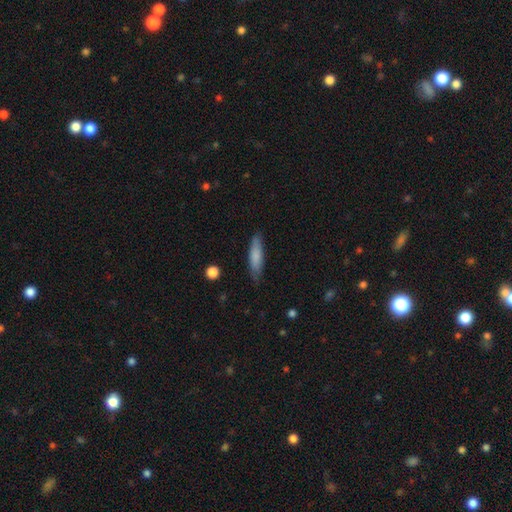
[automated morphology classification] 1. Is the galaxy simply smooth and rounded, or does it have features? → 79% smooth, 15% featured or disk, 6% star or artifact.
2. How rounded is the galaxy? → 73% cigar-shaped, 25% in between, 2% round.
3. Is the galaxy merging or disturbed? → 79% none, 17% minor disturbance, 3% major disturbance, 1% merger.